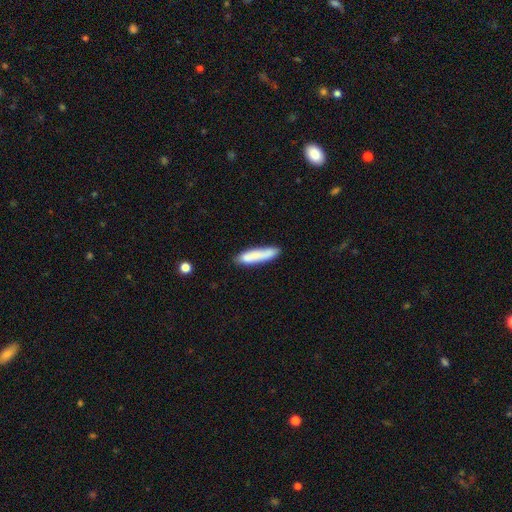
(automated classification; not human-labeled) smooth 79%, featured or disk 15%, star or artifact 6%. Down the decision tree: how rounded — cigar-shaped (84%); merging — none (76%).